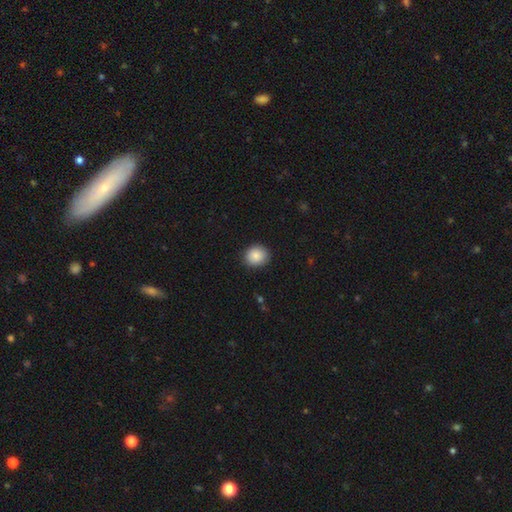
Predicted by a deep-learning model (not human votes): Q: Smooth or featured?
A: smooth (88%); runner-up: star or artifact (8%)
Q: How rounded?
A: round (78%); runner-up: in between (21%)
Q: Merging?
A: none (89%); runner-up: minor disturbance (8%)